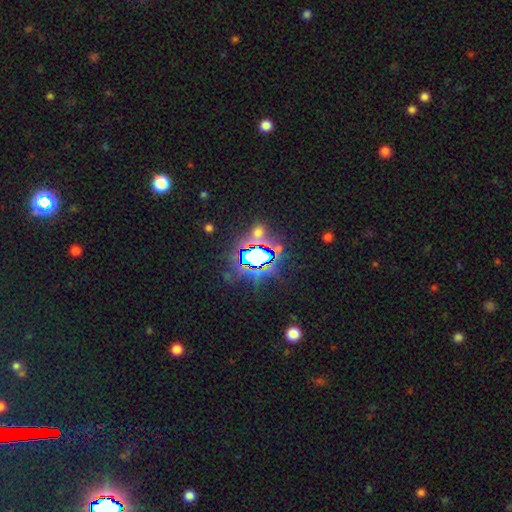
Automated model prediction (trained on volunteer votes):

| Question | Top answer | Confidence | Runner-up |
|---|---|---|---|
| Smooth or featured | star or artifact | 73% | smooth (16%) |